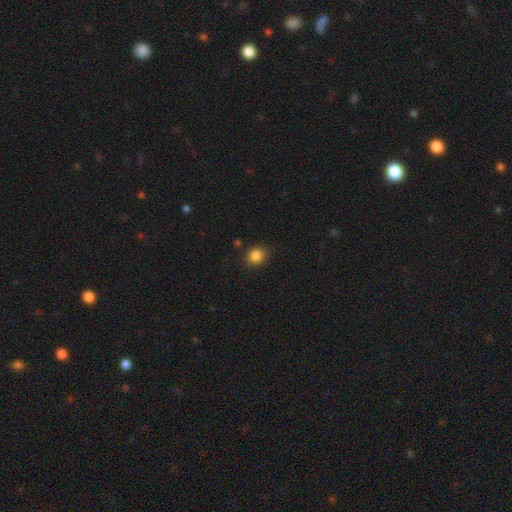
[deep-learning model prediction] smooth-or-featured: smooth: 85% | star or artifact: 11% | featured or disk: 4%
  how-rounded: round: 80% | in between: 19% | cigar-shaped: 1%
  merging: none: 85% | minor disturbance: 10% | major disturbance: 3% | merger: 2%